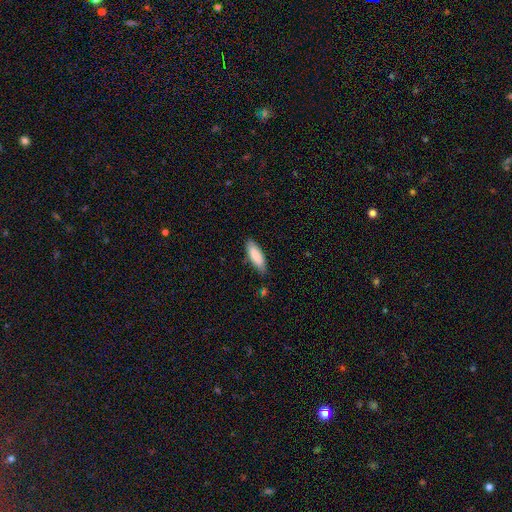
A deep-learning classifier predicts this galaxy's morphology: type=smooth (84%); roundness=in between (64%); merging=none (81%).